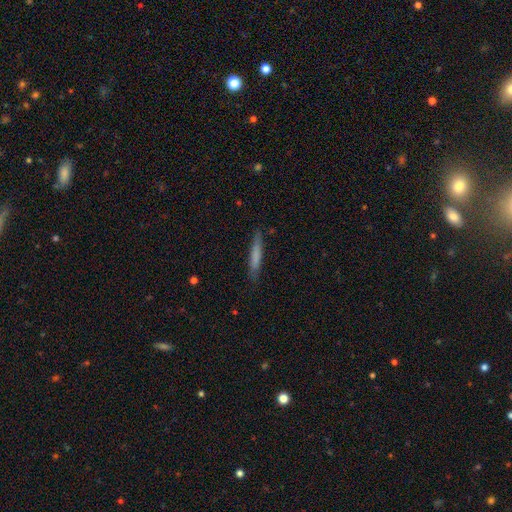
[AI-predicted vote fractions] A smooth galaxy with no disk features (68%) that is cigar-shaped (93%).

Vote fractions:
- Smooth or featured? smooth: 68% / featured or disk: 26% / star or artifact: 6%
- How rounded? cigar-shaped: 93% / in between: 6% / round: 1%
- Merging? none: 84% / minor disturbance: 12% / major disturbance: 2% / merger: 1%